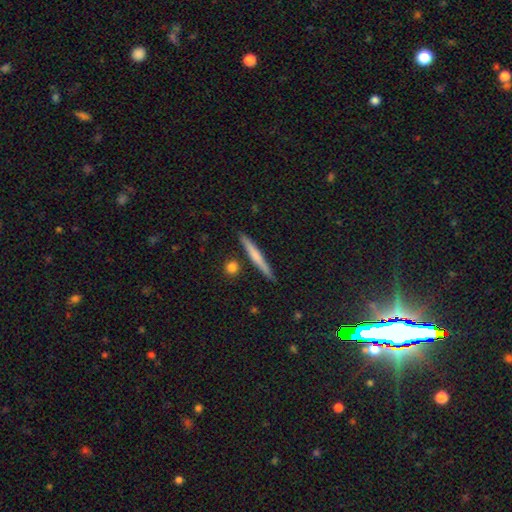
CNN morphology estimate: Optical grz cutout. It shows a smooth galaxy with no disk features (56%) that is cigar-shaped (95%). Merging: none (88%).